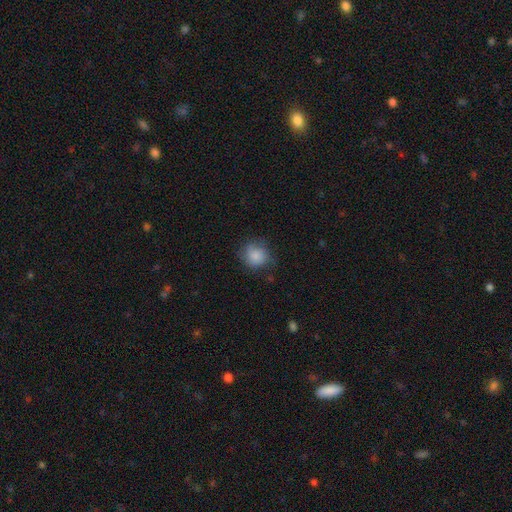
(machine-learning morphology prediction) smooth-or-featured: smooth: 81% | featured or disk: 11% | star or artifact: 8%
  how-rounded: round: 81% | in between: 18% | cigar-shaped: 1%
  merging: none: 66% | minor disturbance: 24% | major disturbance: 8% | merger: 1%